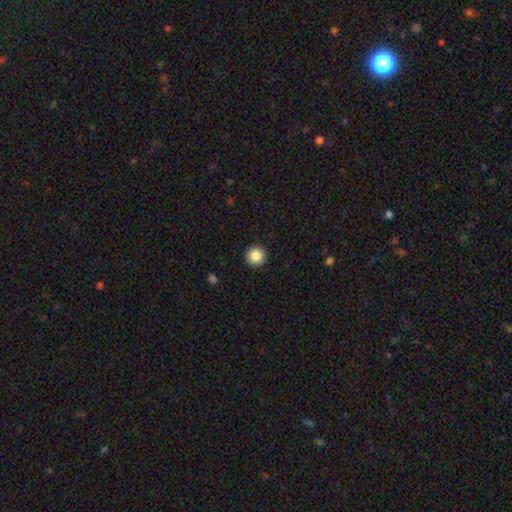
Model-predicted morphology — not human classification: Smooth or featured?
  - smooth: 87% *
  - star or artifact: 9%
  - featured or disk: 4%
How rounded?
  - round: 96% *
  - in between: 3%
  - cigar-shaped: 1%
Merging?
  - none: 93% *
  - minor disturbance: 4%
  - major disturbance: 2%
  - merger: 1%